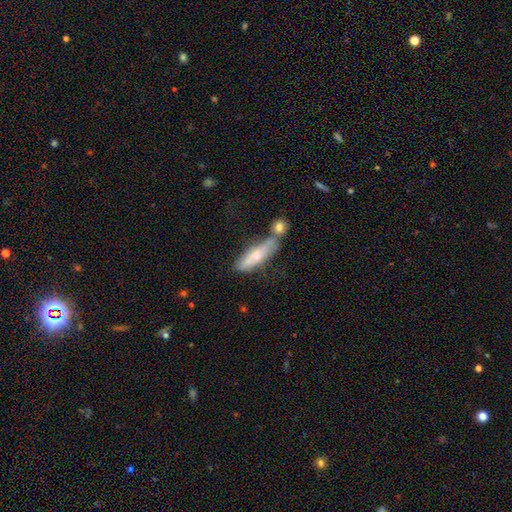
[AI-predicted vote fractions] Morphology: type=smooth (55%); roundness=cigar-shaped (68%); merging=none (46%).